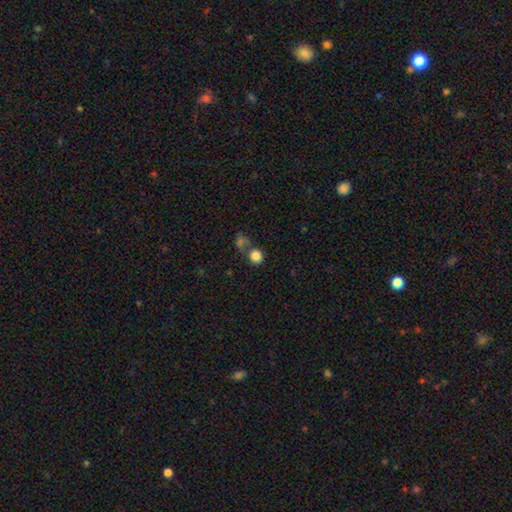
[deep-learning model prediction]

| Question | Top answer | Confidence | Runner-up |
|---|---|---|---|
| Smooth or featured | smooth | 83% | star or artifact (11%) |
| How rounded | round | 86% | in between (13%) |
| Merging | none | 57% | merger (29%) |